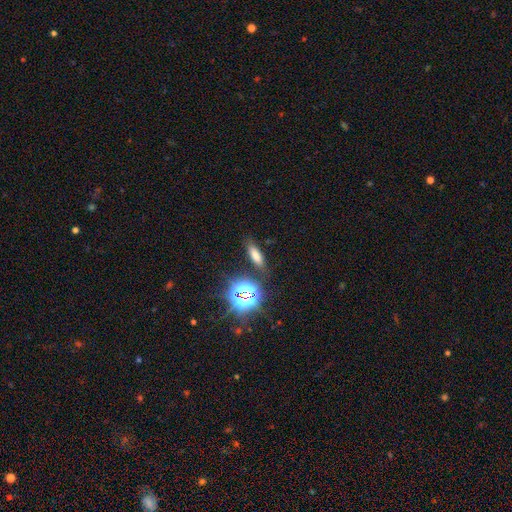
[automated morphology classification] A smooth galaxy with no disk features (65%) that is in between round and cigar-shaped (51%).

Vote fractions:
- Smooth or featured? smooth: 65% / star or artifact: 25% / featured or disk: 10%
- How rounded? in between: 51% / cigar-shaped: 41% / round: 8%
- Merging? none: 82% / minor disturbance: 11% / merger: 4% / major disturbance: 4%